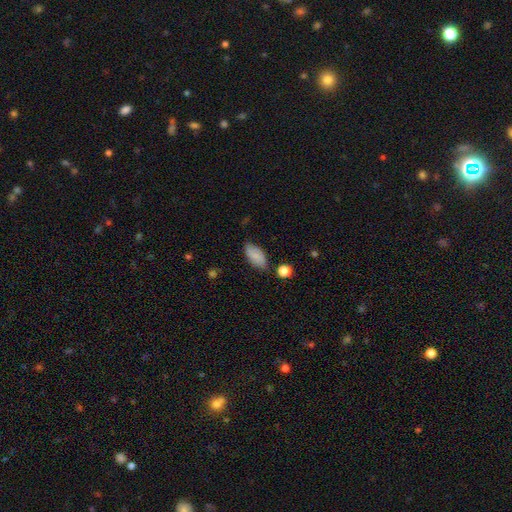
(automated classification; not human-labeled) Smooth or featured? Predicted: smooth (p=0.78). How rounded? Predicted: in between (p=0.93). Merging? Predicted: none (p=0.77).